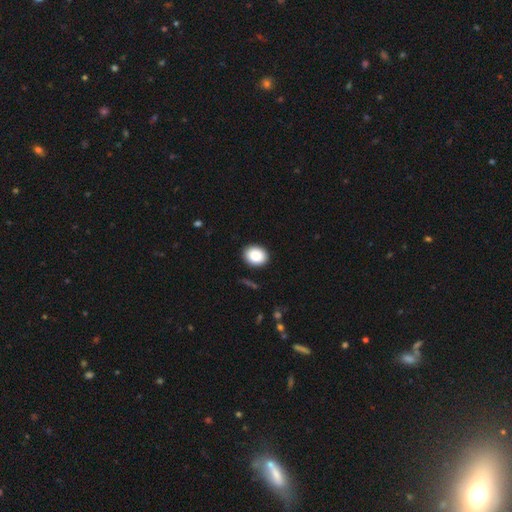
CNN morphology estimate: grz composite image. It shows a smooth galaxy with no disk features (89%) that is in between round and cigar-shaped (51%). Merging: none (90%).